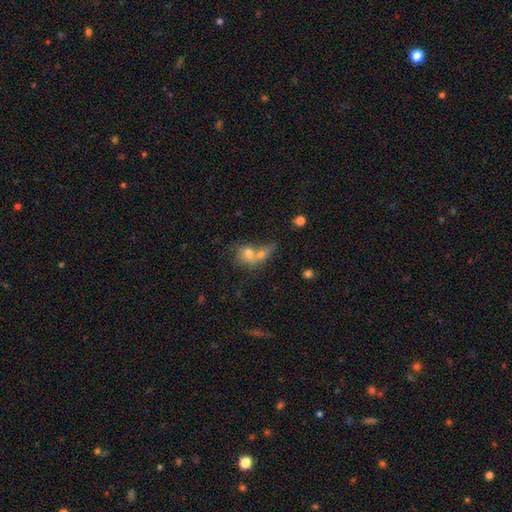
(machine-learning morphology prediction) Overall: smooth (61%; featured or disk 25%). How rounded: in between (51%; round 45%). Merging: merger (63%).